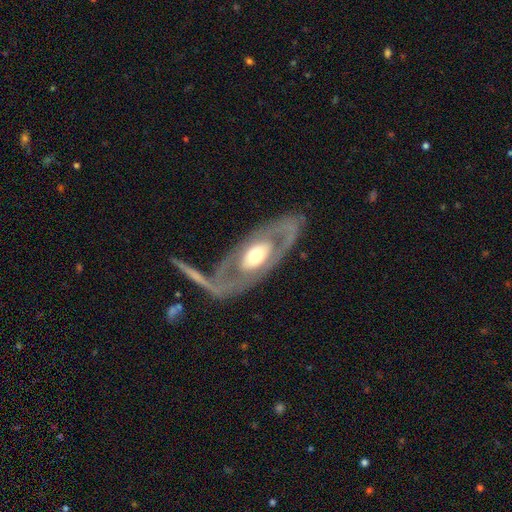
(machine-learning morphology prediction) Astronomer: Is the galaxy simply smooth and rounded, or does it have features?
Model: featured or disk — 70%.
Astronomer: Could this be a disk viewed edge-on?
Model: no — 86%.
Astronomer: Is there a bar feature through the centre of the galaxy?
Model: no — 81%.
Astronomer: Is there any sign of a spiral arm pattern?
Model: no — 69%.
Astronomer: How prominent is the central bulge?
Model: moderate — 61%.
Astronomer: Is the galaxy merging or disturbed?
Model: none — 72%.